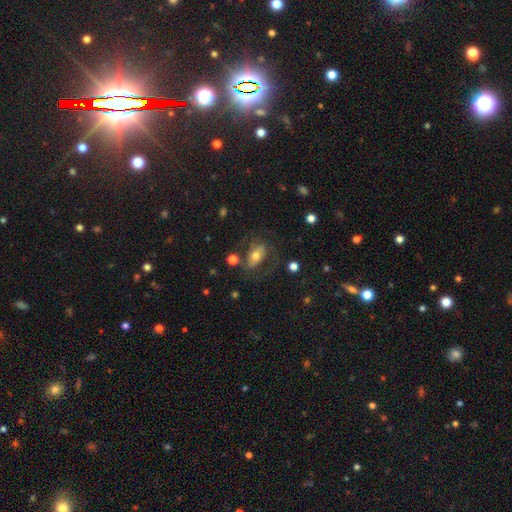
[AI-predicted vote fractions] A featured or disk galaxy (48%). Merging: none (54%).